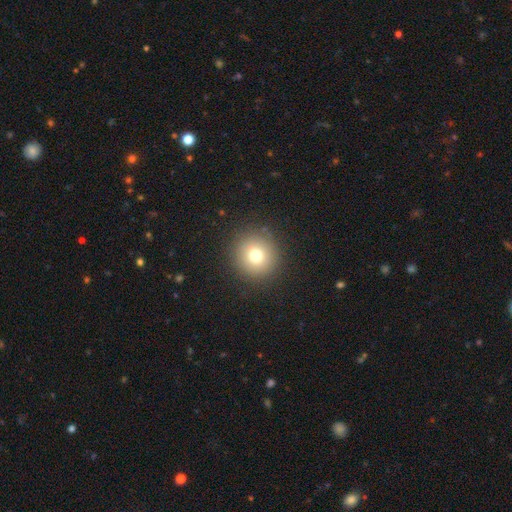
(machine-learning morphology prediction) A smooth galaxy with no disk features (75%) that is round (95%).

Vote fractions:
- Smooth or featured? smooth: 75% / star or artifact: 14% / featured or disk: 11%
- How rounded? round: 95% / in between: 4% / cigar-shaped: 1%
- Merging? none: 90% / minor disturbance: 6% / major disturbance: 3% / merger: 1%